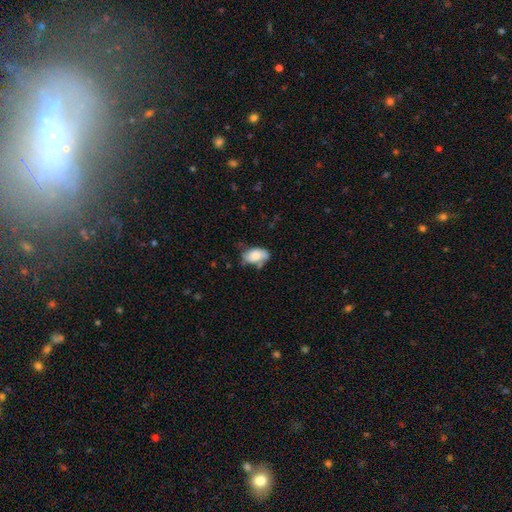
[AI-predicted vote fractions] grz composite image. It shows a smooth galaxy with no disk features (76%) that is in between round and cigar-shaped (92%). Merging: none (48%).